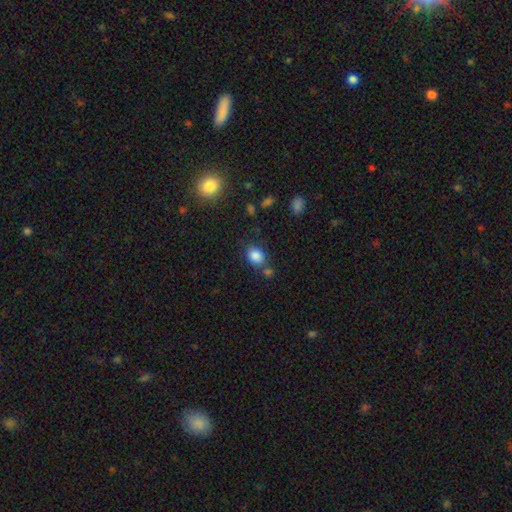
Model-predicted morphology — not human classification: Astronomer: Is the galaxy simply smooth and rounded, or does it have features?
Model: smooth — 84%.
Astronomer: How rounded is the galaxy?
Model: in between — 56% (runner-up: round, 42%).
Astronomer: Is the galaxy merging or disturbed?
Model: none — 68%.